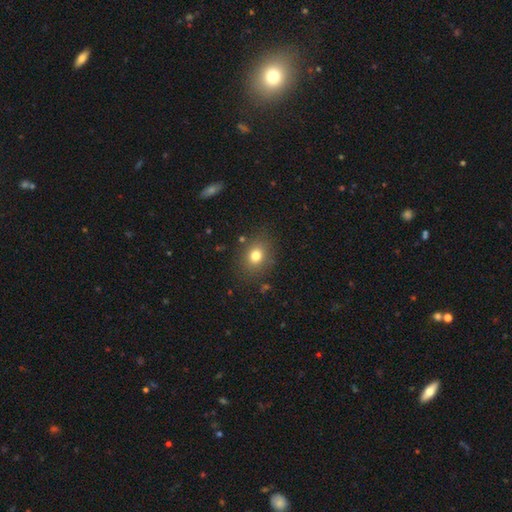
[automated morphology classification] Smooth or featured: smooth — 77% (star or artifact — 13%)
How rounded: round — 56% (in between — 43%)
Merging: none — 84% (minor disturbance — 10%)